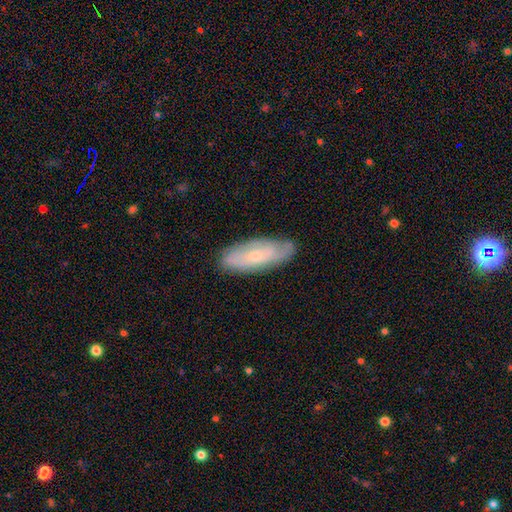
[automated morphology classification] This is possibly a featured or disk galaxy (47%, tied with smooth). Merging: likely none (79%).